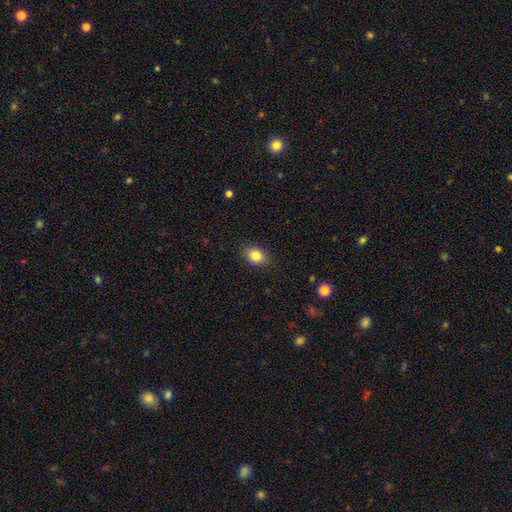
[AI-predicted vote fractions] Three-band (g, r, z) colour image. It shows a smooth galaxy with no disk features (84%) that is in between round and cigar-shaped (60%). Merging: none (87%).